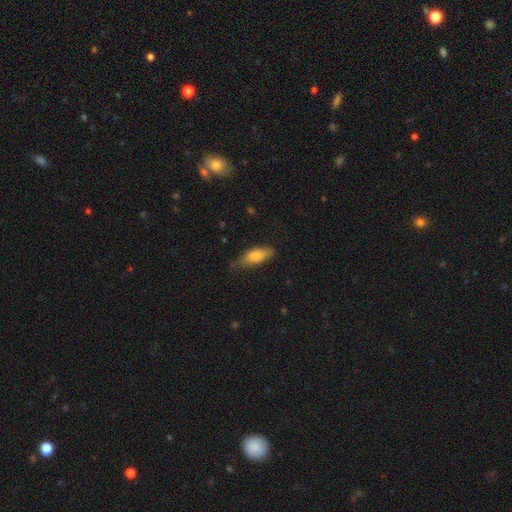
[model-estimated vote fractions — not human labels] A smooth galaxy with no disk features (77%) that is in between round and cigar-shaped (73%).

Vote fractions:
- Smooth or featured? smooth: 77% / featured or disk: 17% / star or artifact: 6%
- How rounded? in between: 73% / cigar-shaped: 25% / round: 2%
- Merging? none: 69% / minor disturbance: 25% / major disturbance: 5% / merger: 2%